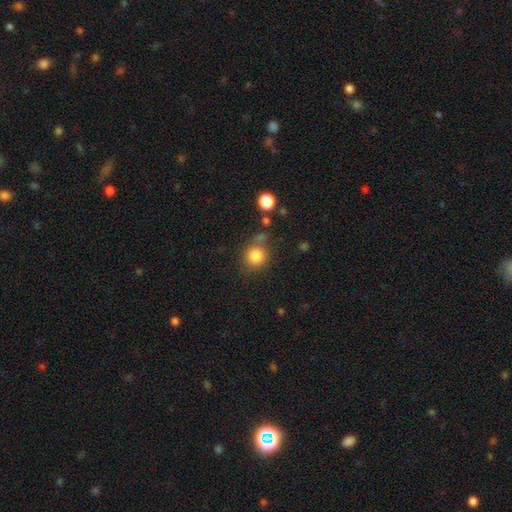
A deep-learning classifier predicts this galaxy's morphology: smooth_or_featured: smooth (p=0.84) [alt: star or artifact p=0.11]
how_rounded: round (p=0.85) [alt: in between p=0.14]
merging: none (p=0.70) [alt: minor disturbance p=0.13]